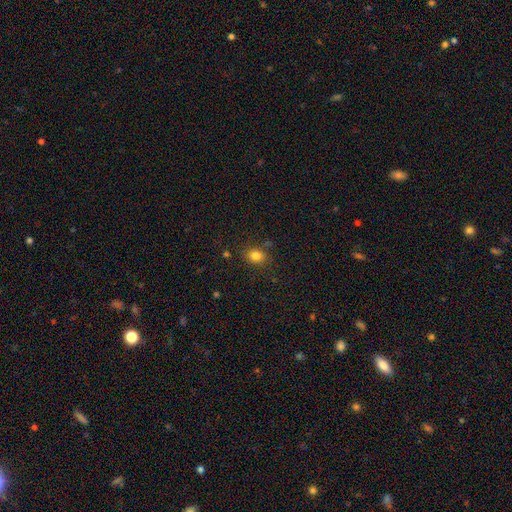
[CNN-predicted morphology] Smooth or featured? smooth (81%)
How rounded? round (53%)
Merging? none (79%)